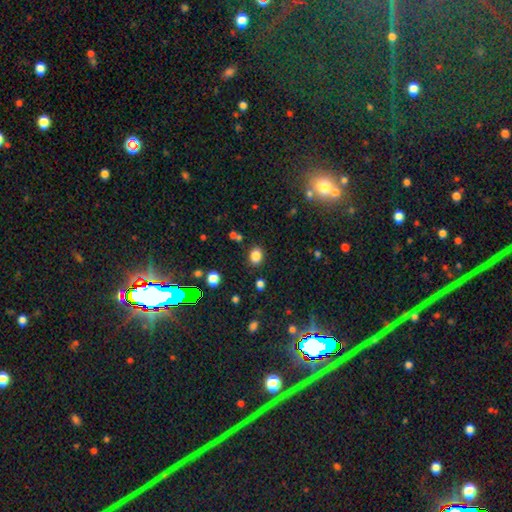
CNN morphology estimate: The model was most divided on "how rounded": in between: 58%, round: 41%, cigar-shaped: 1%. More confident: merging — none (83%); smooth or featured — smooth (82%).